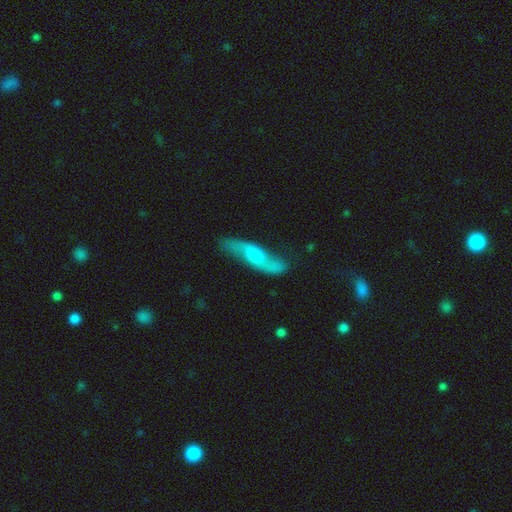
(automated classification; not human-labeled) Q: Smooth or featured?
A: featured or disk (63%); runner-up: smooth (30%)
Q: Edge-on disk?
A: no (74%); runner-up: yes (26%)
Q: Merging?
A: none (67%); runner-up: minor disturbance (21%)